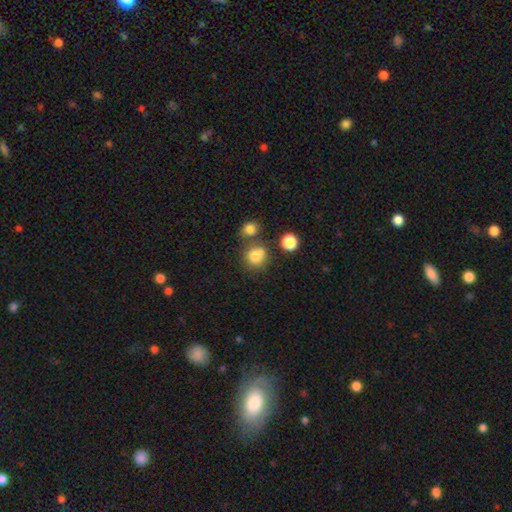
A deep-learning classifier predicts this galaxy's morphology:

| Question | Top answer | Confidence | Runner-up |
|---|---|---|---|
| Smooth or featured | smooth | 79% | star or artifact (13%) |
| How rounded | round | 82% | in between (17%) |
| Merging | none | 58% | merger (24%) |